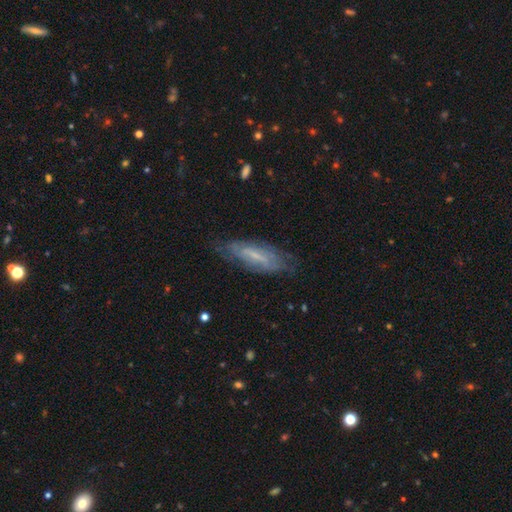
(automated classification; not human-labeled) Morphology: type=featured or disk (58%); edge-on=no (73%); merging=none (68%).